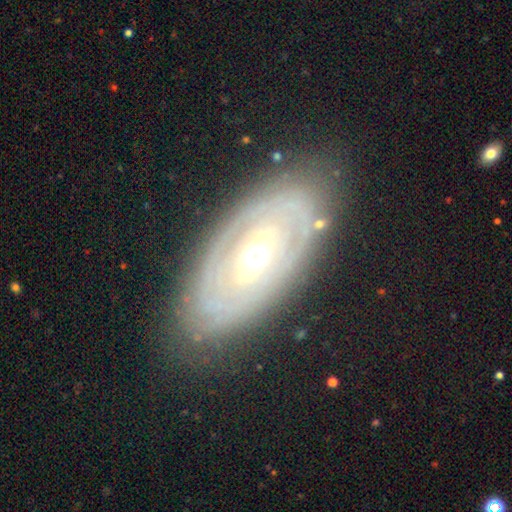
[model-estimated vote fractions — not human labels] A featured or disk galaxy (75%) with no bar (68%), spiral arms (51%) and a moderate central bulge (73%).

Vote fractions:
- Smooth or featured? featured or disk: 75% / smooth: 19% / star or artifact: 6%
- Edge-on disk? no: 87% / yes: 13%
- Bar? no: 68% / weak: 22% / strong: 9%
- Spiral arms? yes: 51% / no: 49%
- Bulge size? moderate: 73% / small: 15% / large: 9% / dominant: 1% / none: 1%
- Merging? none: 80% / minor disturbance: 14% / major disturbance: 5% / merger: 1%